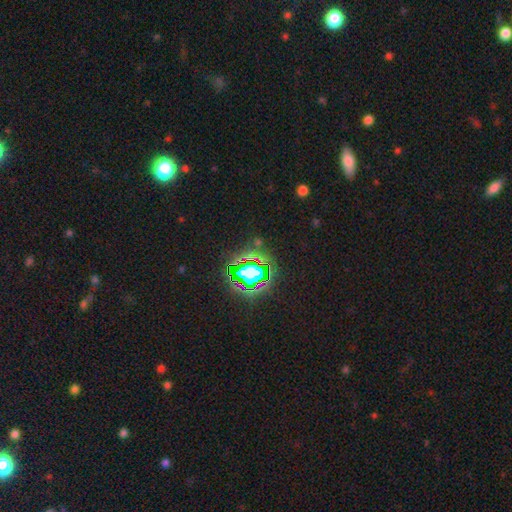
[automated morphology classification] This is clearly a star or artifact rather than a galaxy (82%).